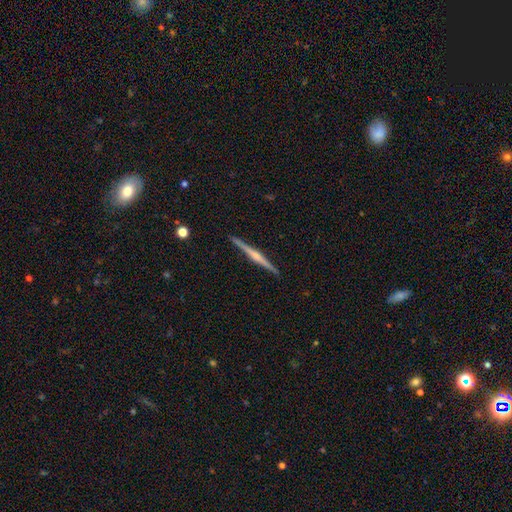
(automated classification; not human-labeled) A featured or disk galaxy (79%) viewed edge-on (99%) with a rounded central bulge (73%). Merging: none (92%).